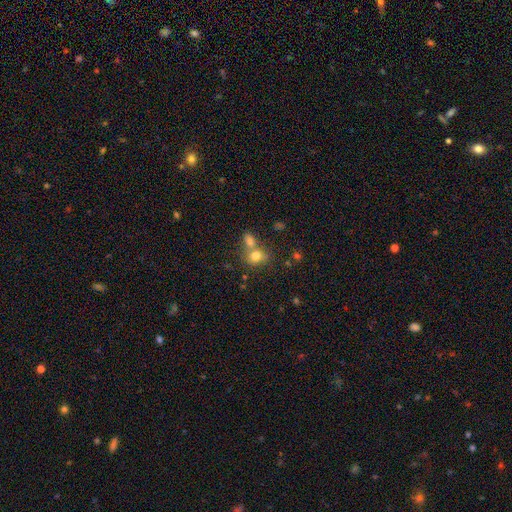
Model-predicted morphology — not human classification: smooth_or_featured: smooth (p=0.76) [alt: star or artifact p=0.12]
how_rounded: round (p=0.55) [alt: in between p=0.44]
merging: merger (p=0.50) [alt: none p=0.37]